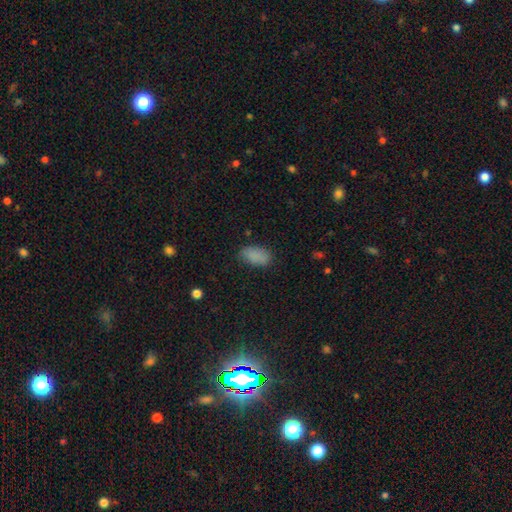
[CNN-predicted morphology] Smooth or featured? smooth (87%)
How rounded? in between (93%)
Merging? none (79%)